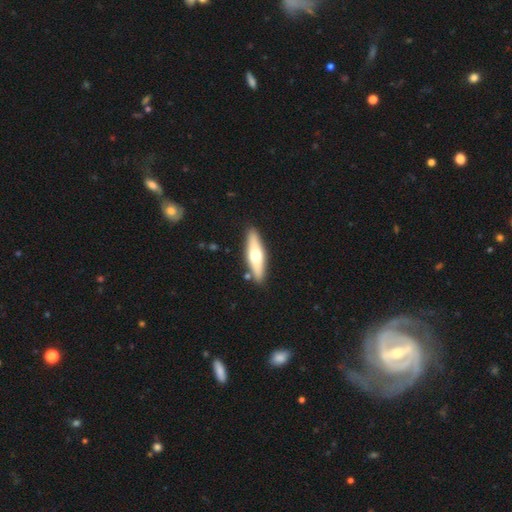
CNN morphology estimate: Smooth or featured: smooth — 49% (featured or disk — 45%)
Merging: none — 87% (minor disturbance — 8%)